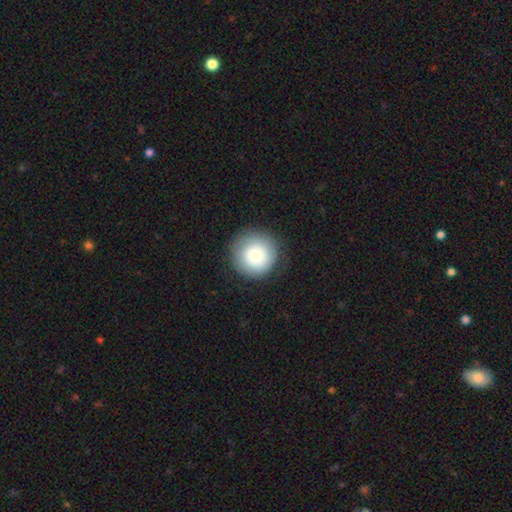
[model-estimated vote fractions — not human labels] This is clearly a smooth galaxy (81%). How rounded: clearly round (95%). Merging: clearly none (85%).